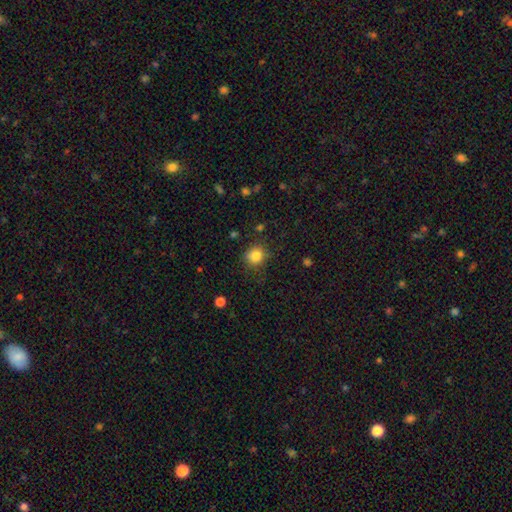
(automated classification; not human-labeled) Morphology: type=smooth (83%); roundness=round (84%); merging=none (81%).